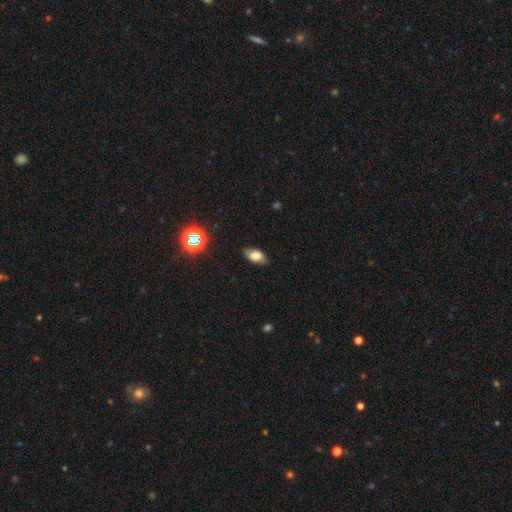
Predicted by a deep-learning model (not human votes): Smooth or featured? Predicted: smooth (p=0.73). How rounded? Predicted: in between (p=0.91). Merging? Predicted: none (p=0.83).